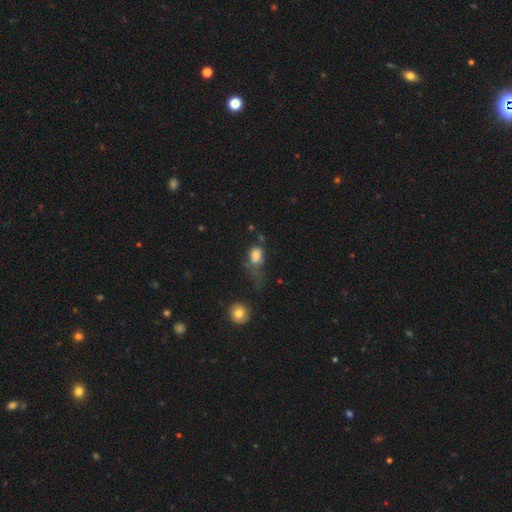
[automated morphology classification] Q: Smooth or featured?
A: smooth (78%); runner-up: featured or disk (12%)
Q: How rounded?
A: in between (81%); runner-up: round (16%)
Q: Merging?
A: major disturbance (43%); runner-up: minor disturbance (24%)